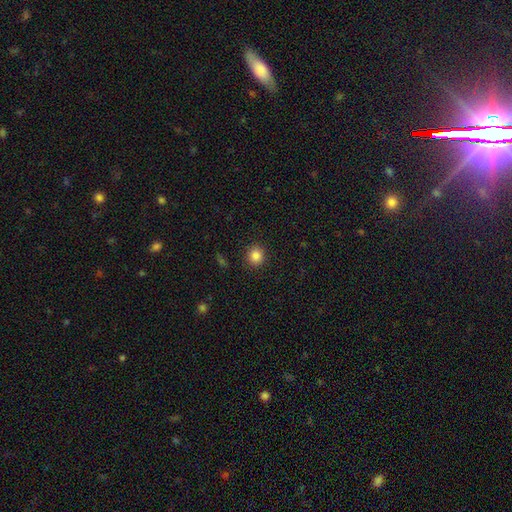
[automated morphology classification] smooth 86%, star or artifact 11%, featured or disk 4%. Down the decision tree: how rounded — round (87%); merging — none (90%).